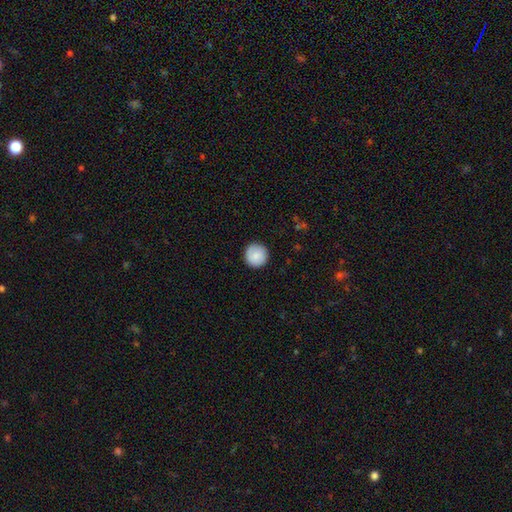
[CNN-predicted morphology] smooth-or-featured: smooth: 85% | featured or disk: 9% | star or artifact: 7%
  how-rounded: round: 96% | in between: 3% | cigar-shaped: 1%
  merging: none: 90% | minor disturbance: 8% | major disturbance: 2% | merger: 1%